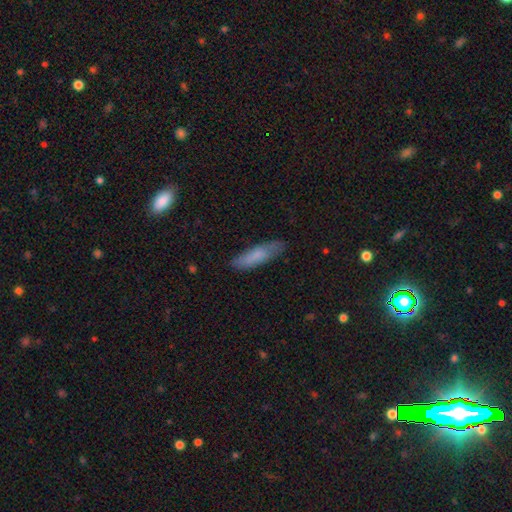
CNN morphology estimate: type=smooth (75%); roundness=cigar-shaped (64%); merging=none (80%).